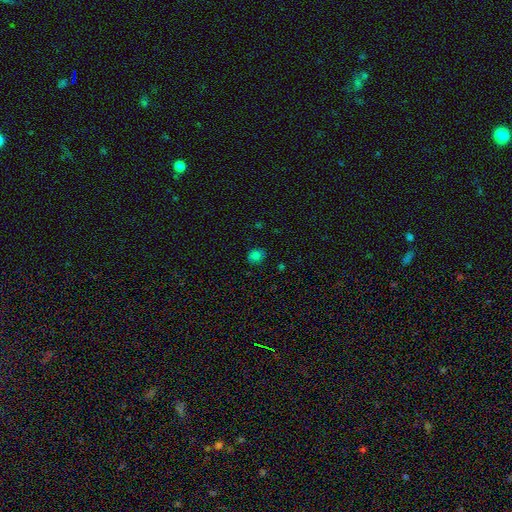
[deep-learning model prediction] smooth 79%, star or artifact 13%, featured or disk 8%. Down the decision tree: how rounded — round (77%); merging — none (86%).